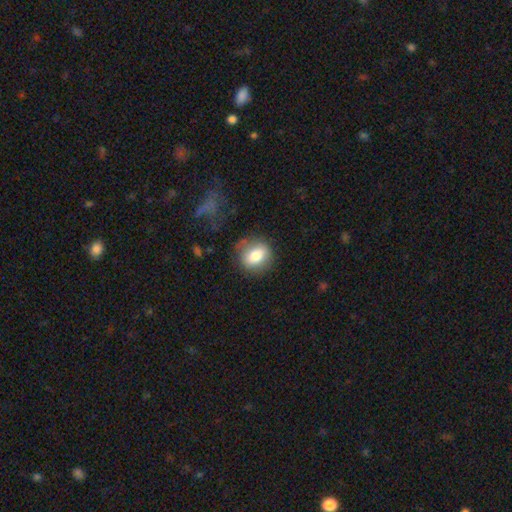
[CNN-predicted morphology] A smooth galaxy with no disk features (76%) that is round (62%).

Vote fractions:
- Smooth or featured? smooth: 76% / featured or disk: 15% / star or artifact: 8%
- How rounded? round: 62% / in between: 37% / cigar-shaped: 1%
- Merging? none: 77% / minor disturbance: 16% / major disturbance: 6% / merger: 2%